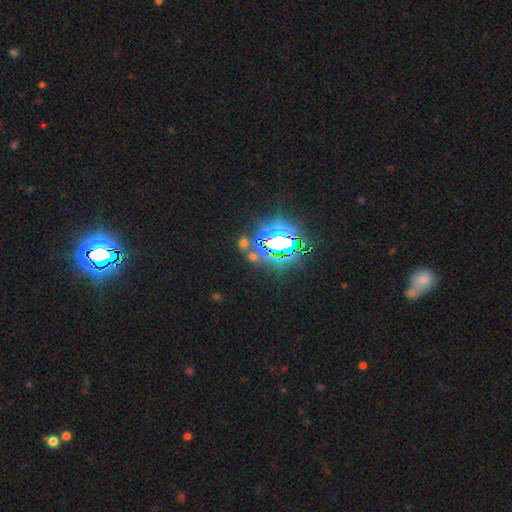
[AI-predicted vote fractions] Smooth or featured?
  - star or artifact: 77% *
  - smooth: 14%
  - featured or disk: 9%